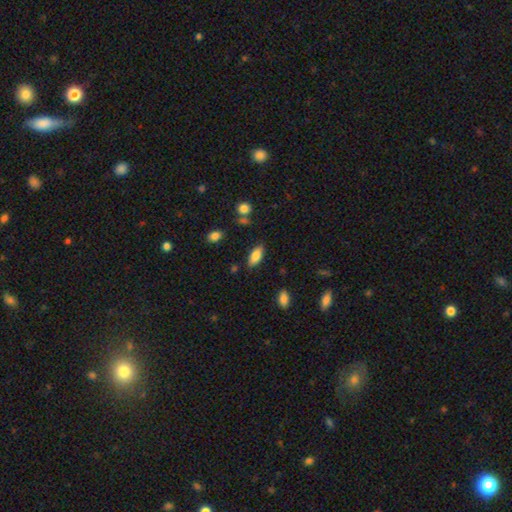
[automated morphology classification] Overall: smooth (80%). How rounded: in between (84%). Merging: none (80%).